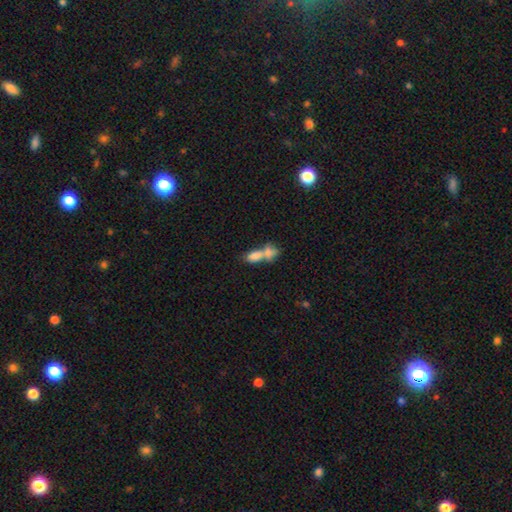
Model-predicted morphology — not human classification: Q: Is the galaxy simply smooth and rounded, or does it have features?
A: smooth — 74%.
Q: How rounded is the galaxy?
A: in between — 82%.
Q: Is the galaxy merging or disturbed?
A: merger — 69%.